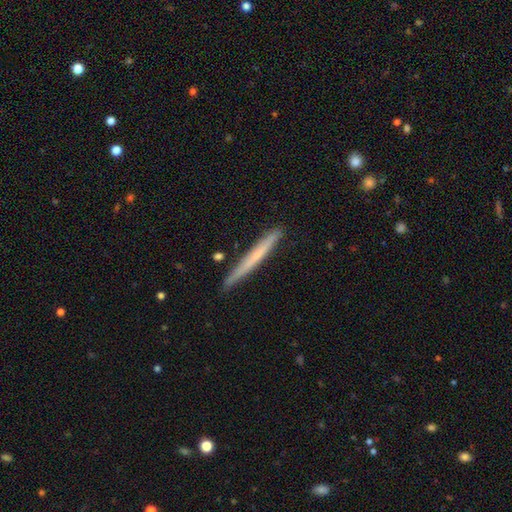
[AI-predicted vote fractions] smooth_or_featured: smooth (p=0.52) [alt: featured or disk p=0.42]
how_rounded: cigar-shaped (p=0.97) [alt: in between p=0.02]
merging: none (p=0.88) [alt: minor disturbance p=0.09]